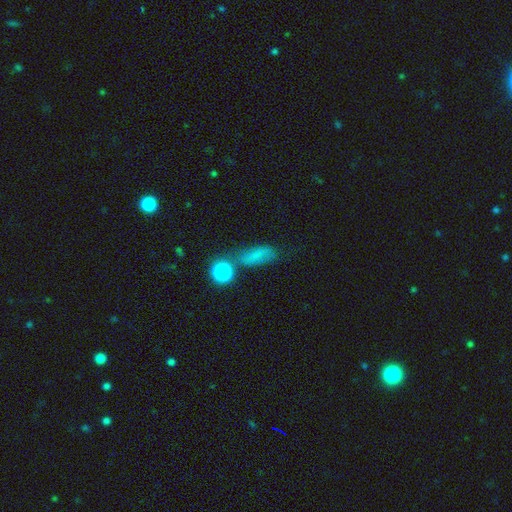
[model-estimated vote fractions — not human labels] Smooth or featured?
  - smooth: 68% *
  - star or artifact: 19%
  - featured or disk: 13%
How rounded?
  - in between: 67% *
  - cigar-shaped: 20%
  - round: 13%
Merging?
  - none: 50% *
  - minor disturbance: 21%
  - merger: 16%
  - major disturbance: 12%